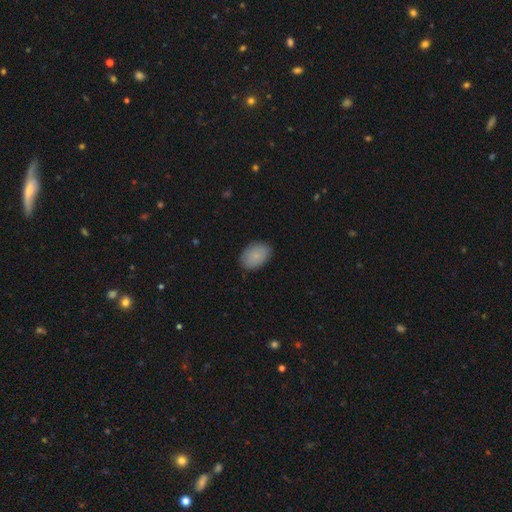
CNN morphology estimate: smooth 82%, featured or disk 11%, star or artifact 7%. Down the decision tree: how rounded — in between (85%); merging — none (84%).